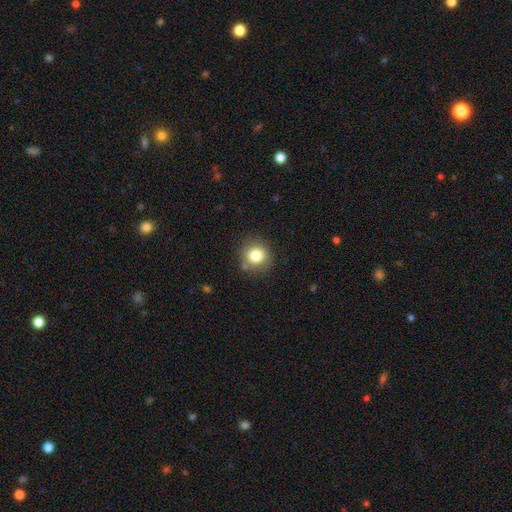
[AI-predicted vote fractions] smooth_or_featured: smooth (p=0.80) [alt: star or artifact p=0.11]
how_rounded: round (p=0.90) [alt: in between p=0.09]
merging: none (p=0.83) [alt: minor disturbance p=0.11]